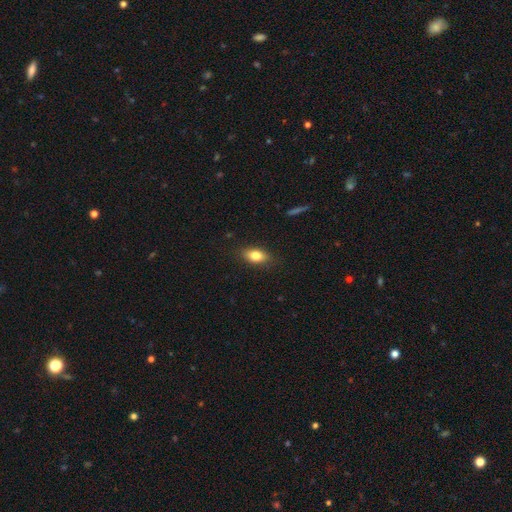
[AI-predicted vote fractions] Smooth or featured: smooth — 80% (featured or disk — 12%)
How rounded: in between — 84% (round — 9%)
Merging: none — 85% (minor disturbance — 11%)